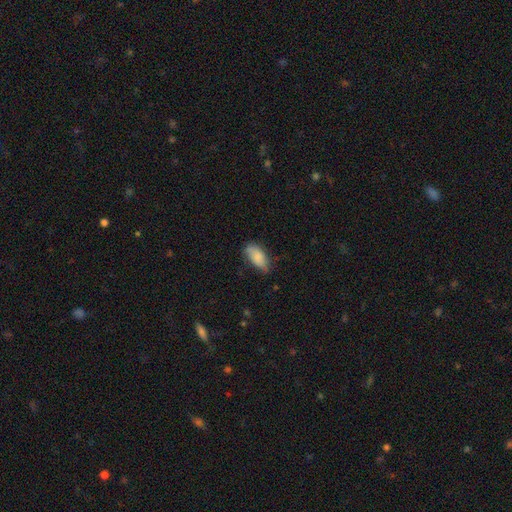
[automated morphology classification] type=smooth (80%); roundness=in between (86%); merging=none (70%).